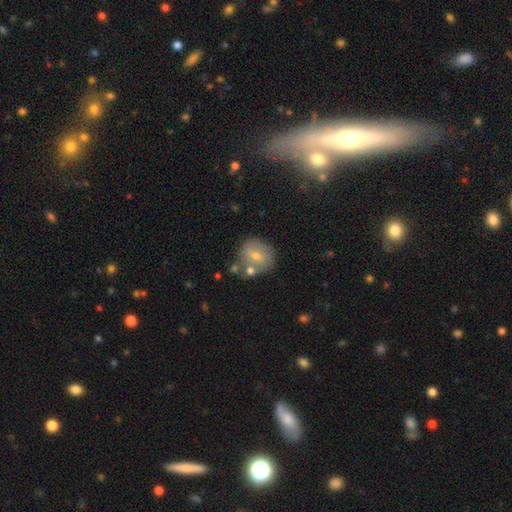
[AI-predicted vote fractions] A smooth galaxy with no disk features (56%) that is round (78%). Merging: none (67%).